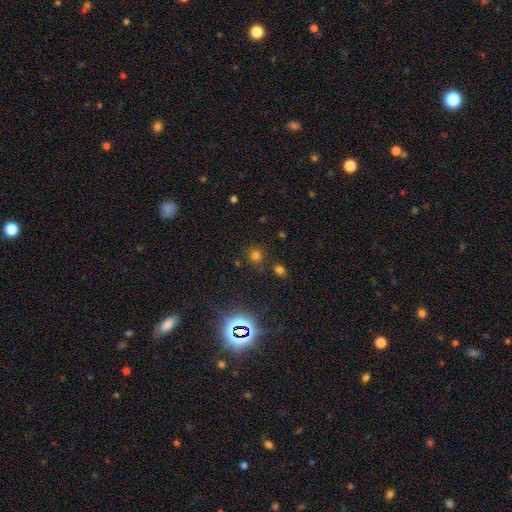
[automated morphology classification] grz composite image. It shows a smooth galaxy with no disk features (65%) that is round (89%). Merging: none (81%).